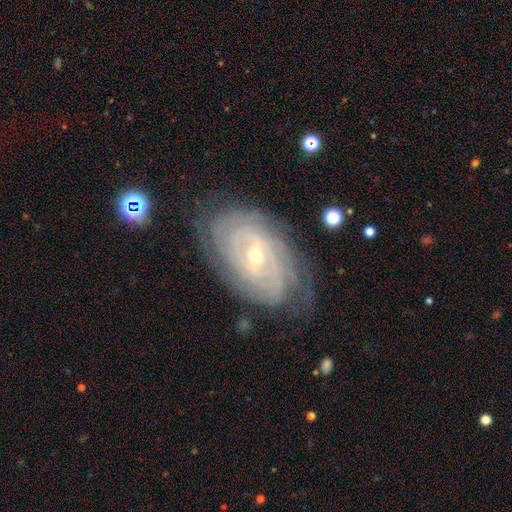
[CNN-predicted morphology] Smooth or featured?
  - featured or disk: 88% *
  - smooth: 7%
  - star or artifact: 6%
Edge-on disk?
  - no: 95% *
  - yes: 5%
Bar?
  - weak: 42% *
  - no: 41%
  - strong: 18%
Spiral arms?
  - yes: 96% *
  - no: 4%
Spiral winding?
  - tight: 83% *
  - medium: 14%
  - loose: 3%
Spiral arm count?
  - can't tell: 38% *
  - 4: 18%
  - 2: 15%
  - 3: 14%
  - more than 4: 9%
  - 1: 5%
Bulge size?
  - small: 60% *
  - moderate: 38%
  - large: 1%
  - none: 1%
  - dominant: 1%
Merging?
  - none: 76% *
  - minor disturbance: 17%
  - major disturbance: 6%
  - merger: 1%